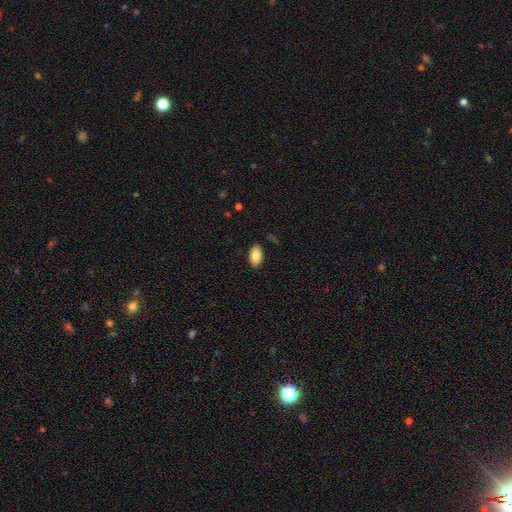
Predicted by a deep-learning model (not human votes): Smooth or featured?
  - smooth: 85% *
  - featured or disk: 8%
  - star or artifact: 7%
How rounded?
  - in between: 94% *
  - cigar-shaped: 3%
  - round: 3%
Merging?
  - none: 88% *
  - minor disturbance: 9%
  - major disturbance: 2%
  - merger: 1%